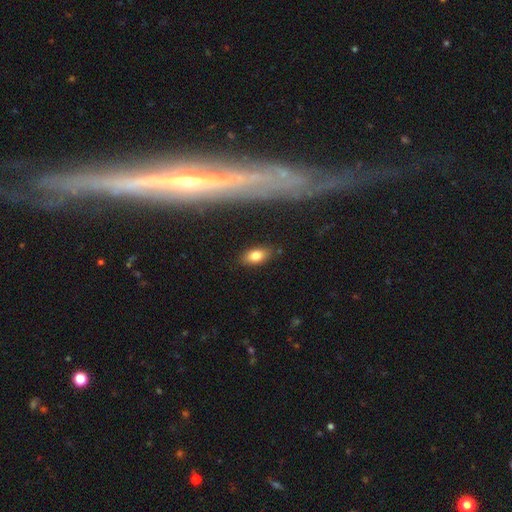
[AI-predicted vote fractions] The model was most divided on "smooth or featured": smooth: 82%, featured or disk: 10%, star or artifact: 9%. More confident: how rounded — in between (90%); merging — none (85%).